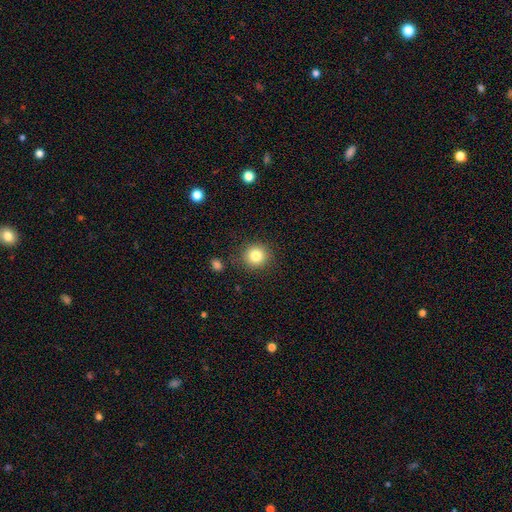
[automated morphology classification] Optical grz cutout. It shows a smooth galaxy with no disk features (82%) that is round (92%). Merging: none (88%).